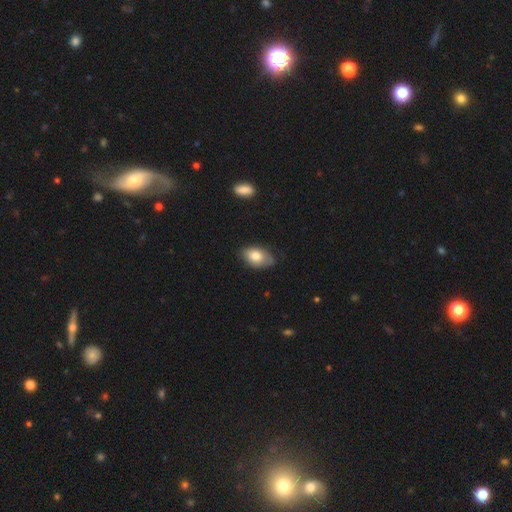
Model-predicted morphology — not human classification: smooth-or-featured: smooth: 76% | featured or disk: 16% | star or artifact: 7%
  how-rounded: in between: 90% | round: 9% | cigar-shaped: 2%
  merging: none: 65% | minor disturbance: 29% | major disturbance: 5% | merger: 2%